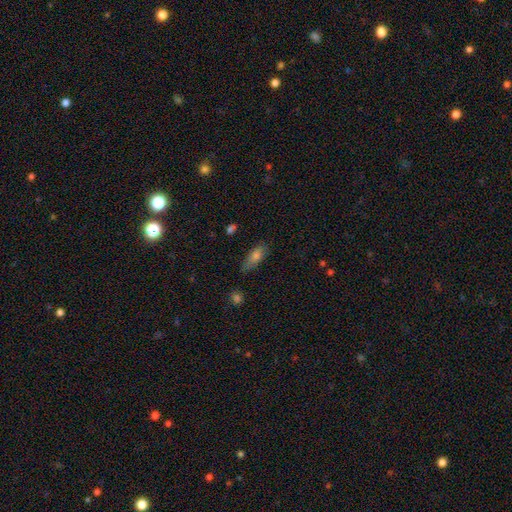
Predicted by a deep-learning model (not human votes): Q: Smooth or featured?
A: smooth (72%); runner-up: featured or disk (17%)
Q: How rounded?
A: in between (66%); runner-up: cigar-shaped (30%)
Q: Merging?
A: none (63%); runner-up: minor disturbance (27%)